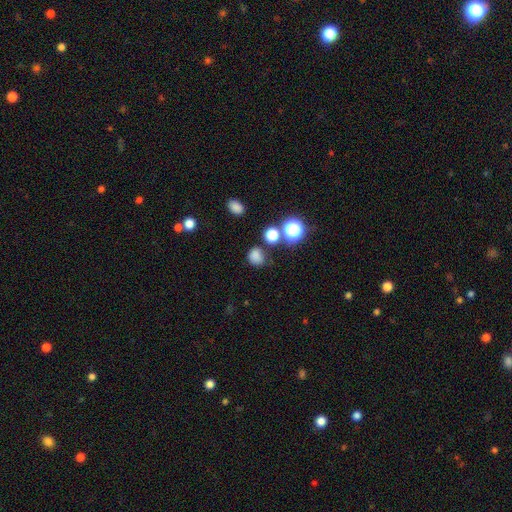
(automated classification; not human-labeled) A smooth galaxy with no disk features (76%) that is round (72%).

Vote fractions:
- Smooth or featured? smooth: 76% / star or artifact: 18% / featured or disk: 6%
- How rounded? round: 72% / in between: 27% / cigar-shaped: 1%
- Merging? none: 68% / minor disturbance: 17% / merger: 9% / major disturbance: 7%